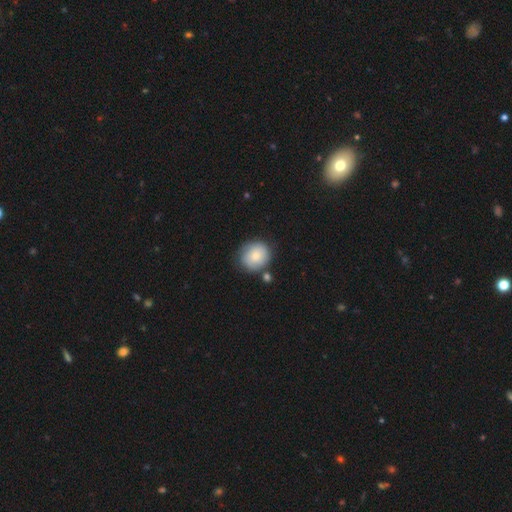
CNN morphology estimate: The model was most divided on "merging": none: 70%, minor disturbance: 17%, merger: 8%, major disturbance: 5%. More confident: how rounded — round (80%); smooth or featured — smooth (75%).